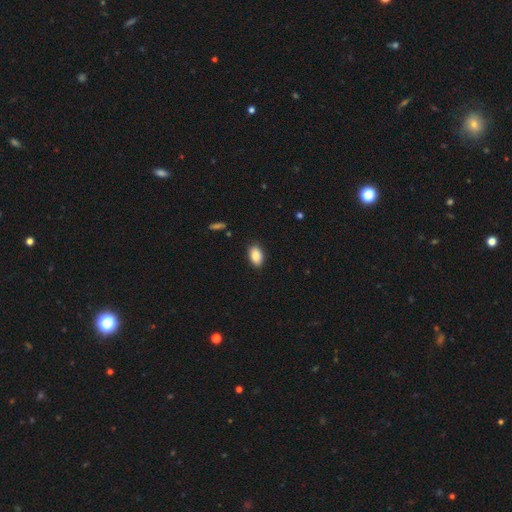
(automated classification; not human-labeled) Smooth or featured? Predicted: smooth (p=0.87). How rounded? Predicted: in between (p=0.90). Merging? Predicted: none (p=0.88).